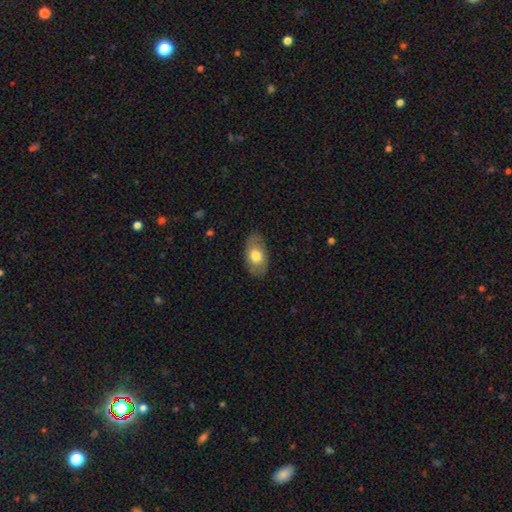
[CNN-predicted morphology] A smooth galaxy with no disk features (69%) that is in between round and cigar-shaped (92%).

Vote fractions:
- Smooth or featured? smooth: 69% / featured or disk: 25% / star or artifact: 6%
- How rounded? in between: 92% / round: 7% / cigar-shaped: 2%
- Merging? none: 82% / minor disturbance: 13% / major disturbance: 3% / merger: 1%